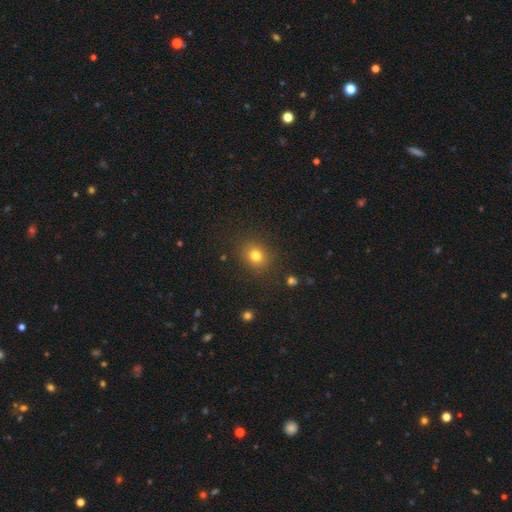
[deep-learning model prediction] Morphology: type=smooth (79%); roundness=round (70%); merging=none (86%).